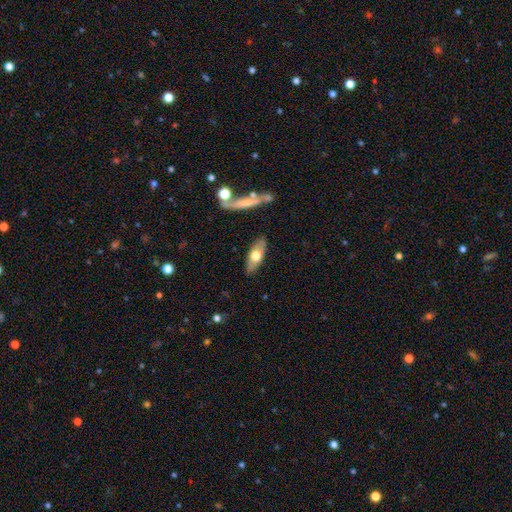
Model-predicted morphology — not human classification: A smooth galaxy with no disk features (57%) that is in between round and cigar-shaped (69%).

Vote fractions:
- Smooth or featured? smooth: 57% / featured or disk: 37% / star or artifact: 6%
- How rounded? in between: 69% / cigar-shaped: 28% / round: 3%
- Merging? none: 85% / minor disturbance: 11% / major disturbance: 2% / merger: 2%